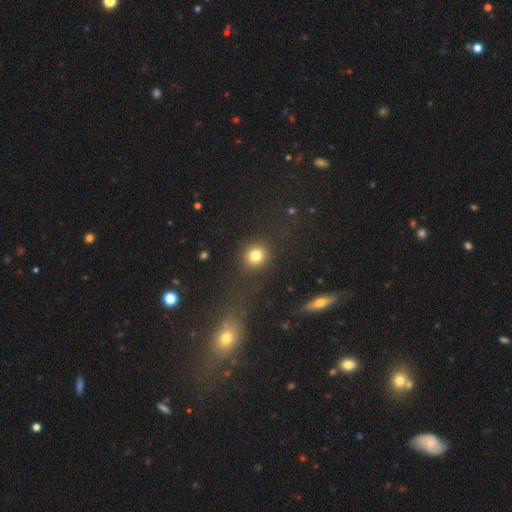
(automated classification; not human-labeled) smooth 81%, star or artifact 12%, featured or disk 6%. Down the decision tree: how rounded — round (81%); merging — none (84%).